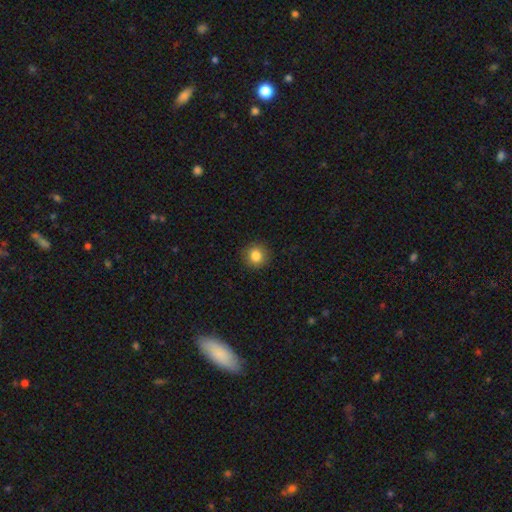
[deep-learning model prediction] smooth 84%, star or artifact 10%, featured or disk 6%. Down the decision tree: how rounded — round (92%); merging — none (91%).